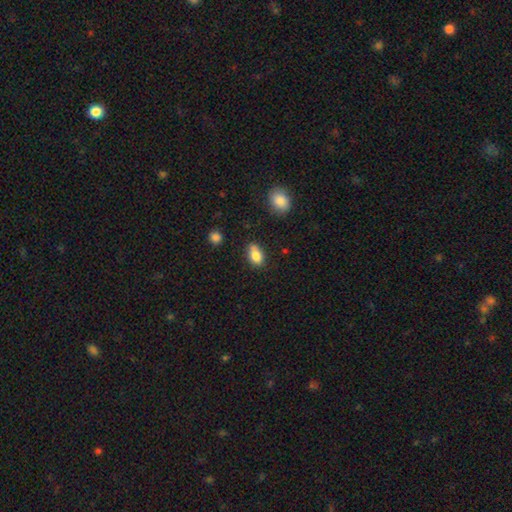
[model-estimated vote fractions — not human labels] Overall: smooth (83%). How rounded: in between (84%). Merging: none (62%; minor disturbance 25%).